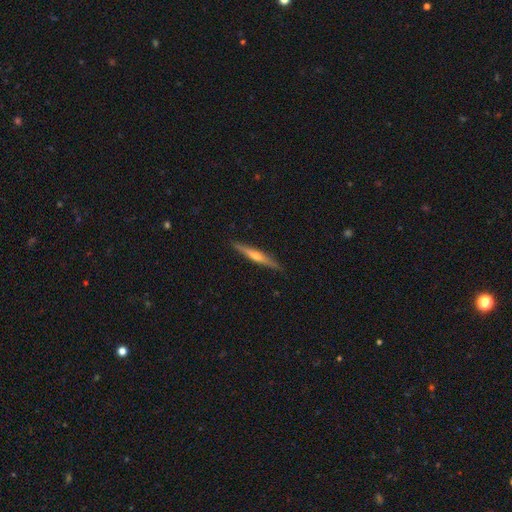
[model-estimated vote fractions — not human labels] Smooth or featured: featured or disk — 67% (smooth — 27%)
Edge-on disk: yes — 97% (no — 3%)
Edge-on bulge: rounded — 83% (none — 13%)
Merging: none — 90% (minor disturbance — 7%)